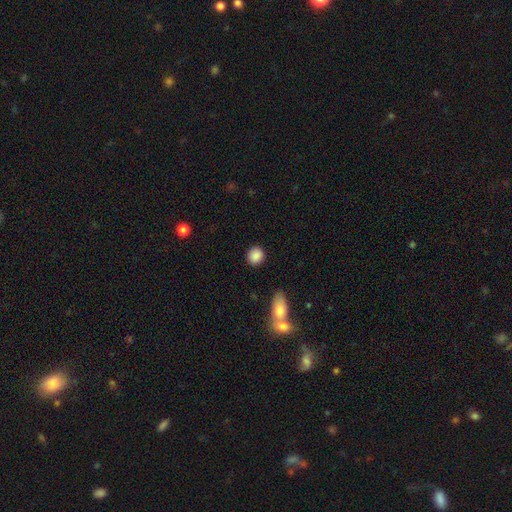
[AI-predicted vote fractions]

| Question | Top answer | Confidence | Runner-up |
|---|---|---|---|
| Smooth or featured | smooth | 88% | star or artifact (8%) |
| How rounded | round | 80% | in between (18%) |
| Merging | none | 87% | minor disturbance (8%) |